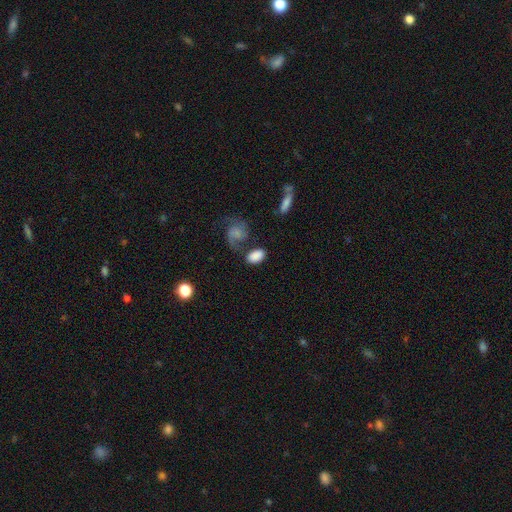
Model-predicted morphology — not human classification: This is likely a smooth galaxy (80%). How rounded: clearly in between (89%). Merging: possibly none (54%).